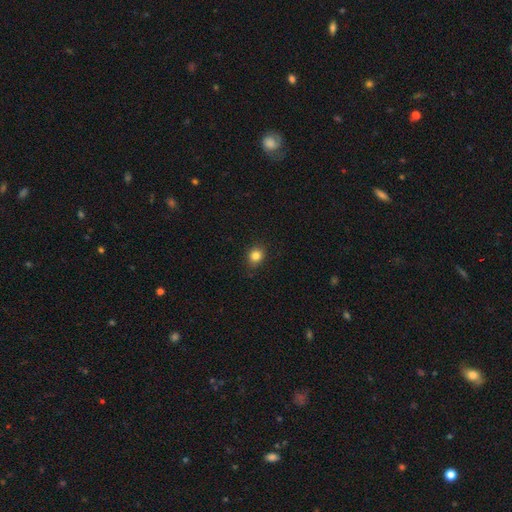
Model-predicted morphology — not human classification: type=smooth (84%); roundness=round (72%); merging=none (86%).